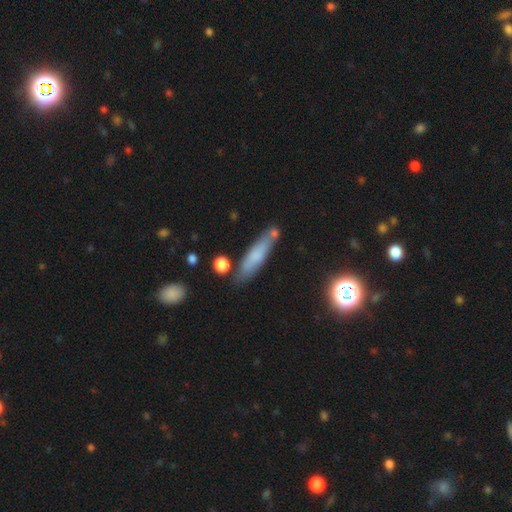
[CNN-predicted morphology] smooth-or-featured: smooth: 67% | featured or disk: 25% | star or artifact: 9%
  how-rounded: cigar-shaped: 78% | in between: 20% | round: 2%
  merging: none: 71% | minor disturbance: 17% | merger: 8% | major disturbance: 4%